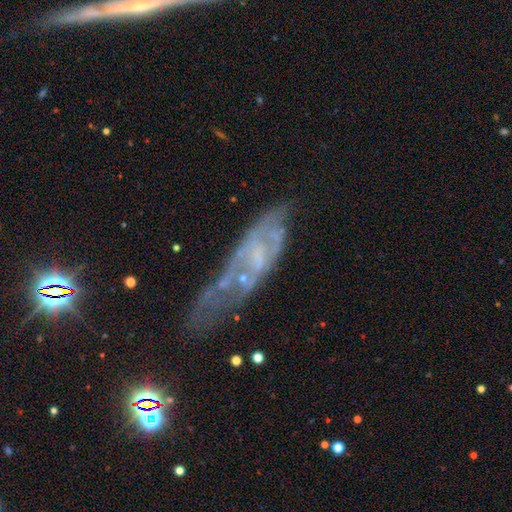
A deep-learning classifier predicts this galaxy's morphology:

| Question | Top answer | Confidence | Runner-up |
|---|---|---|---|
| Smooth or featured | featured or disk | 64% | smooth (23%) |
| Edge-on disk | no | 76% | yes (24%) |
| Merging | none | 40% | minor disturbance (27%) |